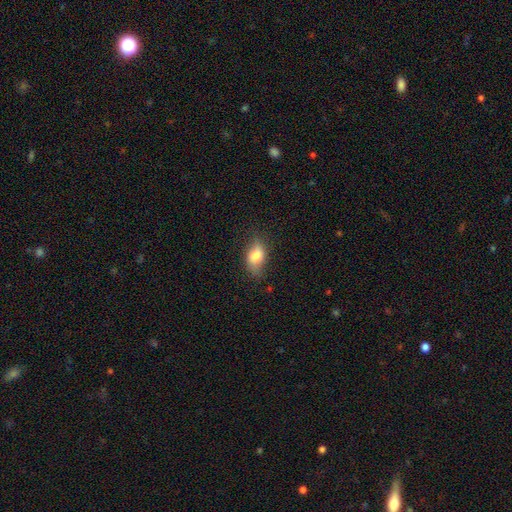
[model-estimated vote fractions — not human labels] The model was most divided on "merging": none: 69%, minor disturbance: 24%, major disturbance: 6%, merger: 1%. More confident: how rounded — in between (85%); smooth or featured — smooth (75%).